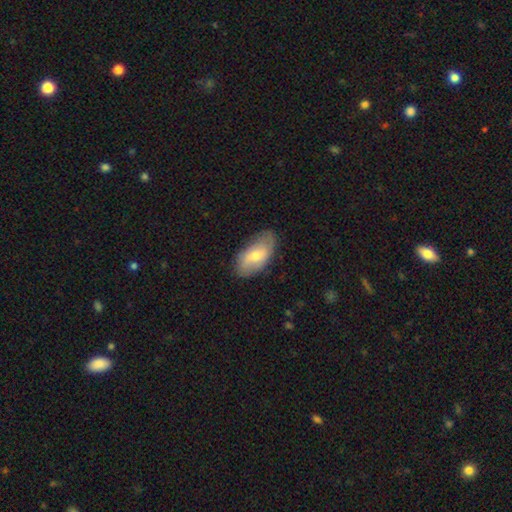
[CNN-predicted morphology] The model was most divided on "smooth or featured": smooth: 59%, featured or disk: 35%, star or artifact: 6%. More confident: how rounded — in between (92%); merging — none (73%).